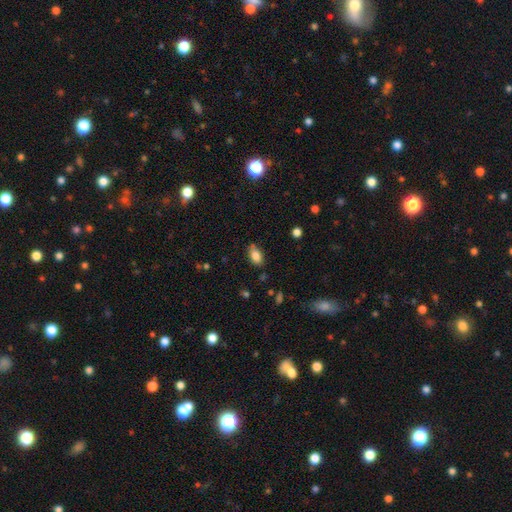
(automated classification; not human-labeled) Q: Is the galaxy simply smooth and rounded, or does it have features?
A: smooth — 82%.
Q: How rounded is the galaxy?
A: in between — 89%.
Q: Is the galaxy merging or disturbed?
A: none — 73%.